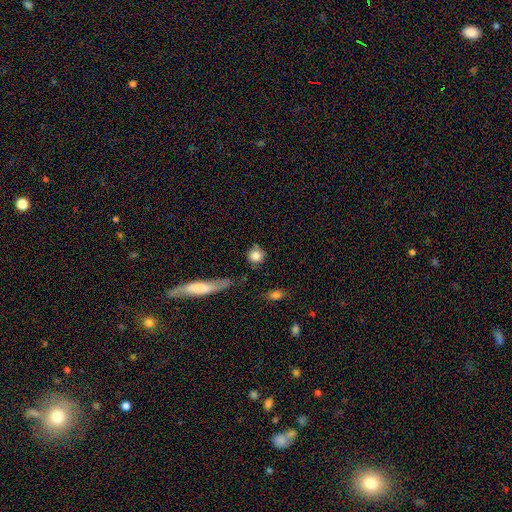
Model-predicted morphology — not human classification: The model was most divided on "merging": none: 68%, minor disturbance: 17%, merger: 9%, major disturbance: 6%. More confident: how rounded — round (84%); smooth or featured — smooth (82%).